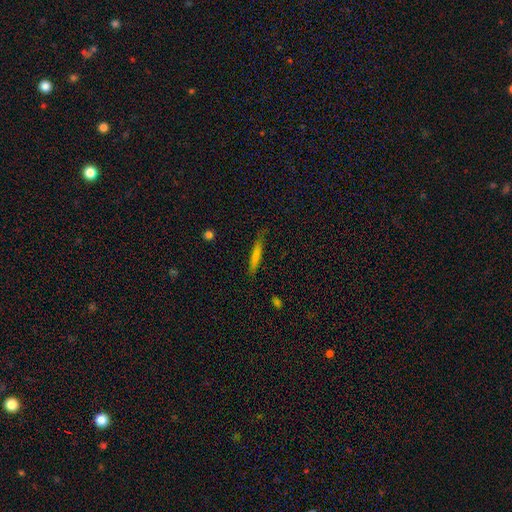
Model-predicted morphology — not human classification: Smooth or featured: smooth — 72% (featured or disk — 21%)
How rounded: cigar-shaped — 93% (in between — 6%)
Merging: none — 77% (minor disturbance — 18%)